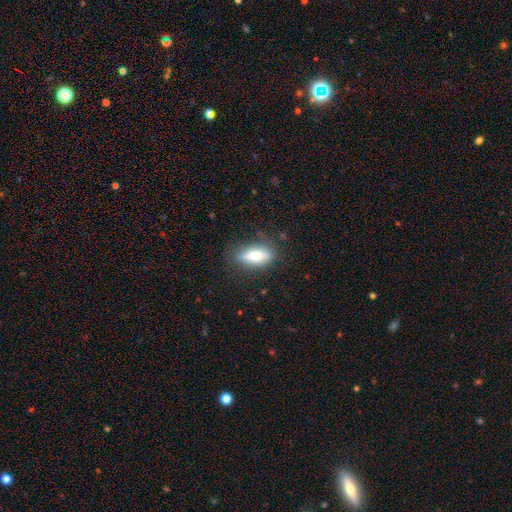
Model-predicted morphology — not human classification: smooth 63%, featured or disk 29%, star or artifact 8%. Down the decision tree: how rounded — in between (74%); merging — none (73%).